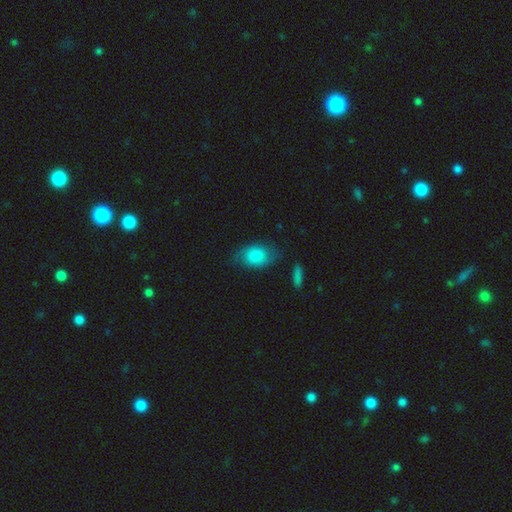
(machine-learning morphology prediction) smooth_or_featured: smooth (p=0.70) [alt: featured or disk p=0.22]
how_rounded: in between (p=0.79) [alt: round p=0.19]
merging: none (p=0.64) [alt: minor disturbance p=0.24]